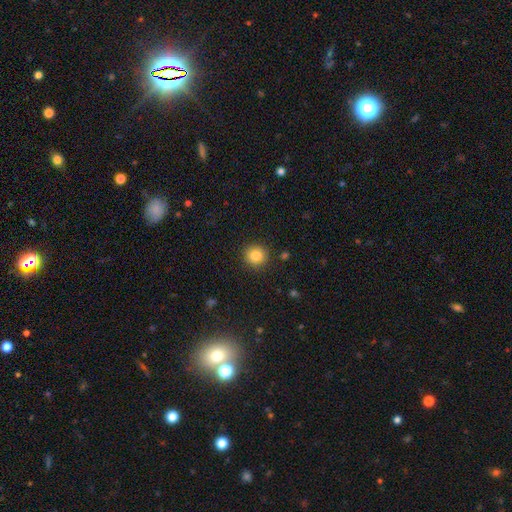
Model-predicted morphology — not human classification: smooth 84%, star or artifact 10%, featured or disk 6%. Down the decision tree: how rounded — round (92%); merging — none (90%).